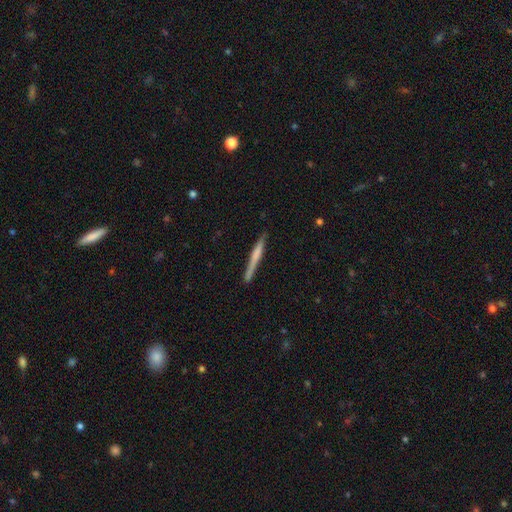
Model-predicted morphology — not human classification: Smooth or featured? Predicted: smooth (p=0.50). Merging? Predicted: none (p=0.83).